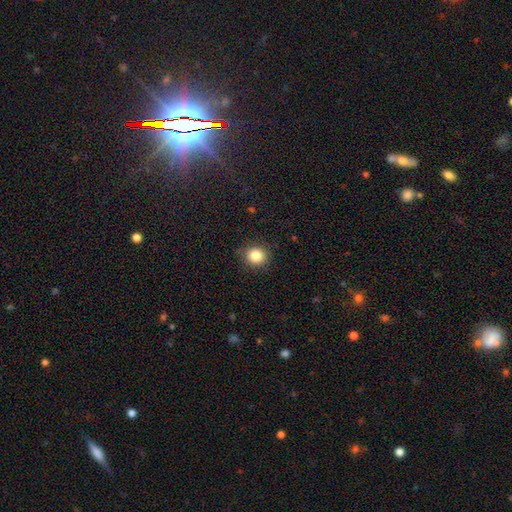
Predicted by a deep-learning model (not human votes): Overall: smooth (84%). How rounded: round (82%). Merging: none (87%).